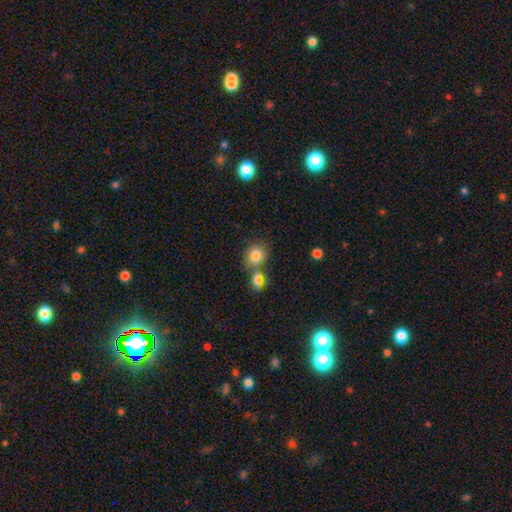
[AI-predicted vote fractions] A smooth galaxy with no disk features (81%) that is round (61%).

Vote fractions:
- Smooth or featured? smooth: 81% / star or artifact: 10% / featured or disk: 9%
- How rounded? round: 61% / in between: 37% / cigar-shaped: 1%
- Merging? none: 51% / merger: 34% / minor disturbance: 12% / major disturbance: 4%